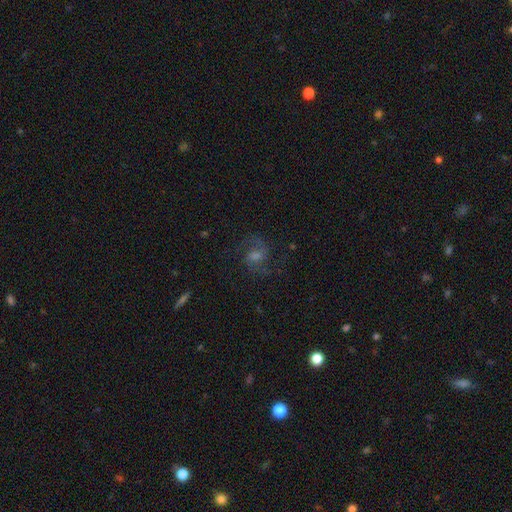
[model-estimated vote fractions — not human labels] Smooth or featured: featured or disk — 77% (star or artifact — 12%)
Edge-on disk: no — 98% (yes — 2%)
Bar: weak — 49% (no — 39%)
Spiral arms: yes — 96% (no — 4%)
Spiral winding: medium — 58% (loose — 28%)
Spiral arm count: 2 — 91% (can't tell — 4%)
Bulge size: moderate — 44% (small — 27%)
Merging: none — 78% (minor disturbance — 13%)